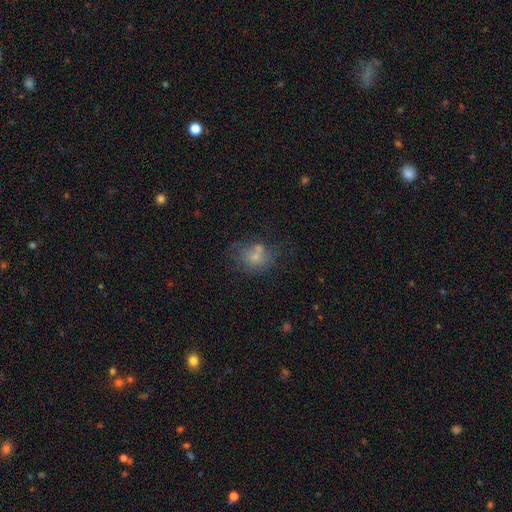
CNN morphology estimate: Smooth or featured?
  - smooth: 63% *
  - featured or disk: 22%
  - star or artifact: 15%
How rounded?
  - round: 56% *
  - in between: 43%
  - cigar-shaped: 1%
Merging?
  - none: 47% *
  - merger: 22%
  - minor disturbance: 19%
  - major disturbance: 12%